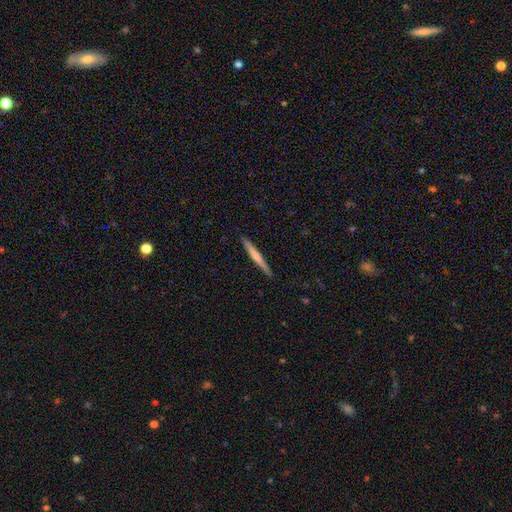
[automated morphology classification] Smooth or featured: smooth — 51% (featured or disk — 43%)
How rounded: cigar-shaped — 96% (in between — 2%)
Merging: none — 91% (minor disturbance — 6%)